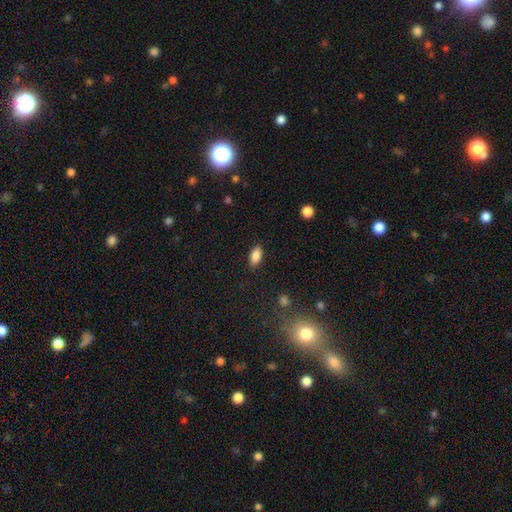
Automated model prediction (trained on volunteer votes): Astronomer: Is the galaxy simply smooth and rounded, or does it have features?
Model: smooth — 87%.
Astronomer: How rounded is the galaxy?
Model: in between — 90%.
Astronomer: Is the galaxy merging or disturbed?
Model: none — 87%.